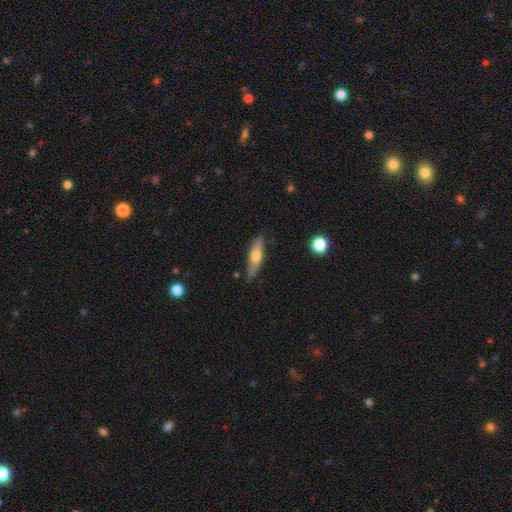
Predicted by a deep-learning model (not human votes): Smooth or featured?
  - smooth: 52% *
  - featured or disk: 41%
  - star or artifact: 6%
How rounded?
  - cigar-shaped: 60% *
  - in between: 37%
  - round: 3%
Merging?
  - none: 79% *
  - minor disturbance: 16%
  - major disturbance: 3%
  - merger: 2%